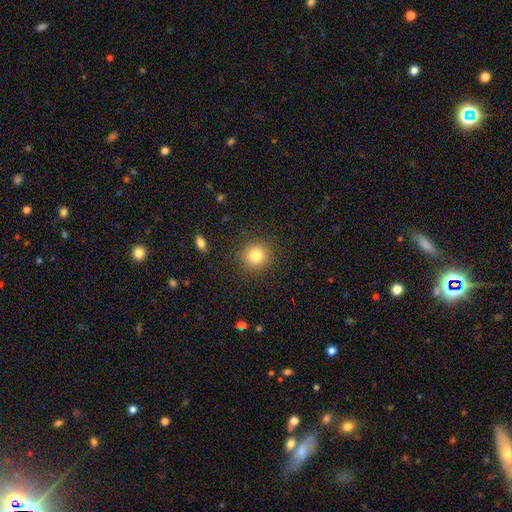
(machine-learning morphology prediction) smooth 81%, star or artifact 11%, featured or disk 8%. Down the decision tree: how rounded — round (91%); merging — none (89%).